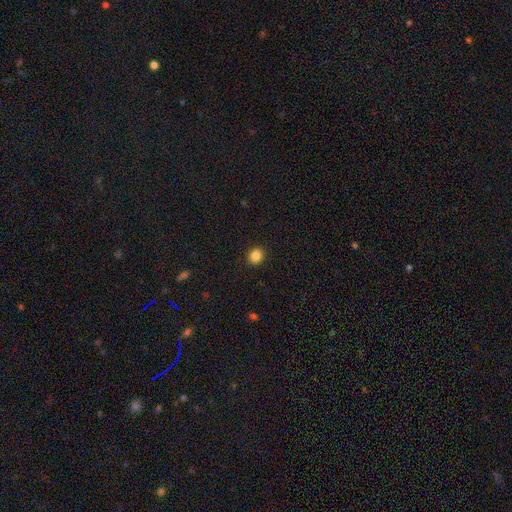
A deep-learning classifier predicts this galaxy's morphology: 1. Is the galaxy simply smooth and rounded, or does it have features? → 85% smooth, 11% star or artifact, 4% featured or disk.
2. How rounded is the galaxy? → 87% round, 13% in between, 1% cigar-shaped.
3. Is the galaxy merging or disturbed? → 92% none, 5% minor disturbance, 2% major disturbance, 1% merger.